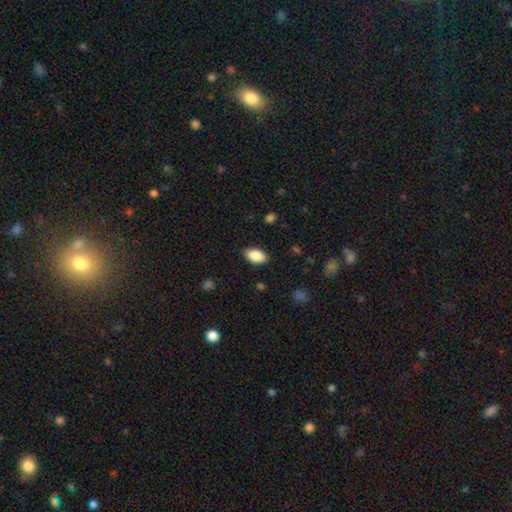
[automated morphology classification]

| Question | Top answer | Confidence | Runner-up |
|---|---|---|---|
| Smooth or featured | smooth | 88% | star or artifact (7%) |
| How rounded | in between | 93% | round (4%) |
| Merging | none | 85% | minor disturbance (11%) |